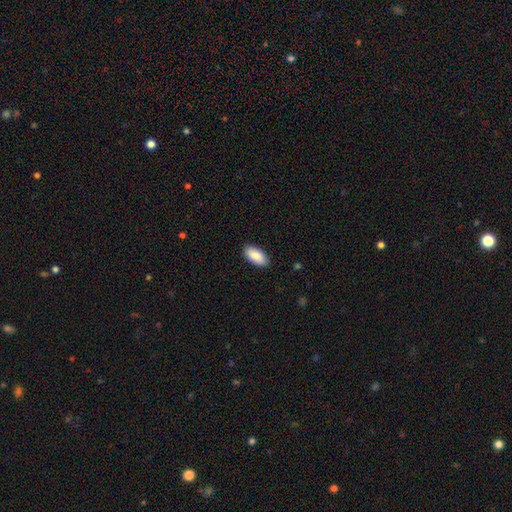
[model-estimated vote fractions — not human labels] smooth 88%, featured or disk 7%, star or artifact 6%. Down the decision tree: how rounded — in between (93%); merging — none (88%).